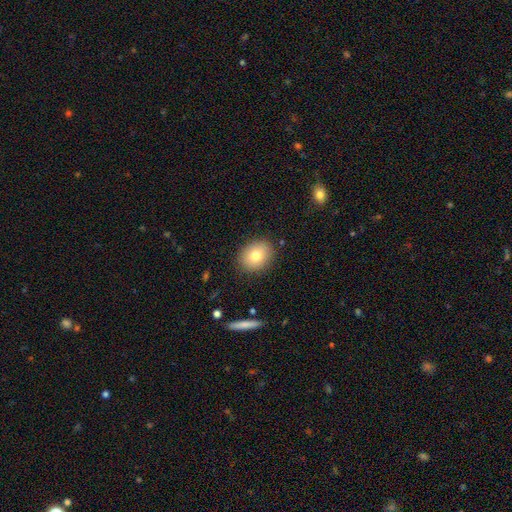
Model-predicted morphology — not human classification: This appears to be a smooth galaxy with no disk features (79%) that is in between round and cigar-shaped (51%). Merging: none (87%).